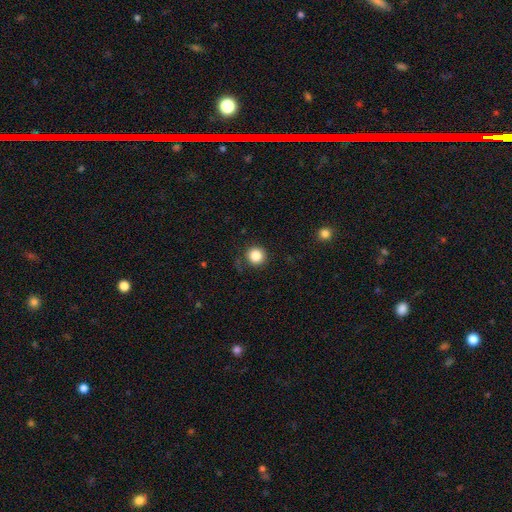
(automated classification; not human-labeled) A smooth galaxy with no disk features (86%) that is round (95%). Merging: none (84%).